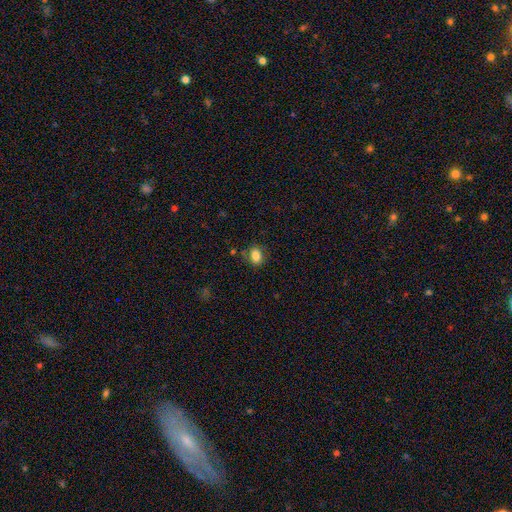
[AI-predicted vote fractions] A smooth galaxy with no disk features (84%) that is in between round and cigar-shaped (67%).

Vote fractions:
- Smooth or featured? smooth: 84% / star or artifact: 10% / featured or disk: 6%
- How rounded? in between: 67% / round: 32% / cigar-shaped: 1%
- Merging? none: 79% / minor disturbance: 14% / merger: 4% / major disturbance: 4%